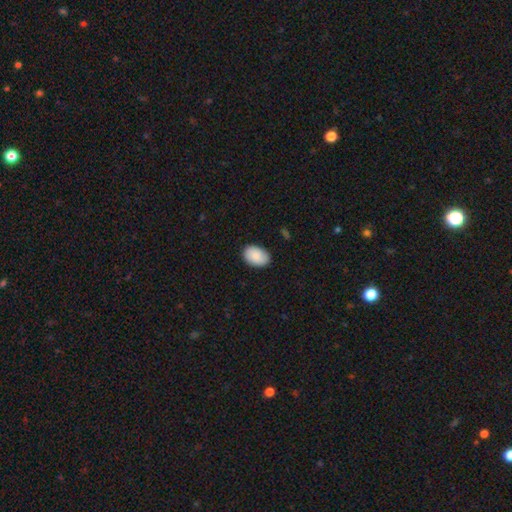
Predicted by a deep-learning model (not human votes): Overall: smooth (89%). How rounded: in between (87%). Merging: none (84%).